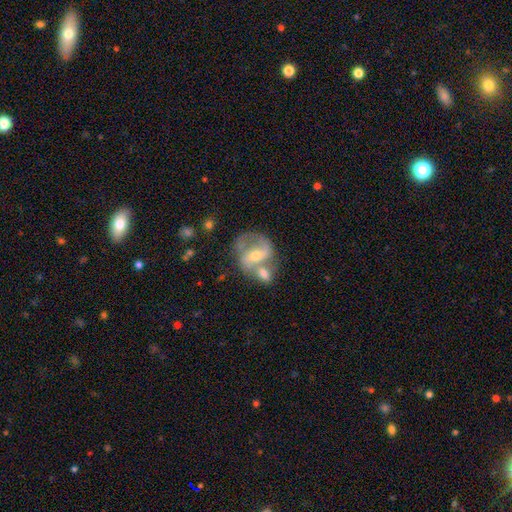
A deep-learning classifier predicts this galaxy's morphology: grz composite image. It shows a featured or disk galaxy (76%) with a weak bar (41%), 2 (76%) medium (50%) spiral arms (85%) and a moderate central bulge (53%). Merging: merger (39%).